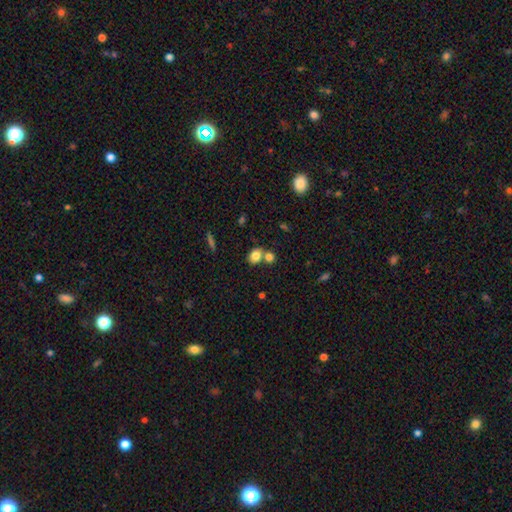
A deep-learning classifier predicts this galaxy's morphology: smooth-or-featured: smooth: 80% | featured or disk: 10% | star or artifact: 10%
  how-rounded: round: 52% | in between: 46% | cigar-shaped: 1%
  merging: none: 46% | merger: 41% | minor disturbance: 9% | major disturbance: 3%